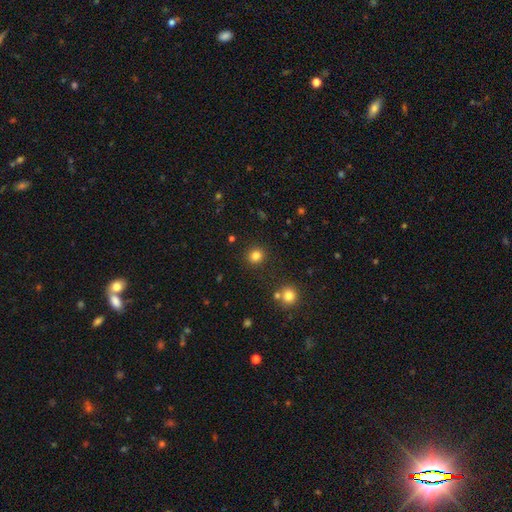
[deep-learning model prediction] Smooth or featured?
  - smooth: 82% *
  - star or artifact: 14%
  - featured or disk: 5%
How rounded?
  - round: 88% *
  - in between: 11%
  - cigar-shaped: 1%
Merging?
  - none: 88% *
  - minor disturbance: 6%
  - merger: 3%
  - major disturbance: 3%